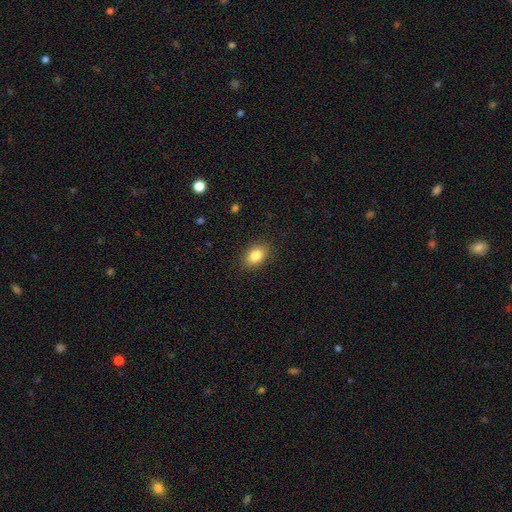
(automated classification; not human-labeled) Smooth or featured? Predicted: smooth (p=0.84). How rounded? Predicted: in between (p=0.79). Merging? Predicted: none (p=0.87).